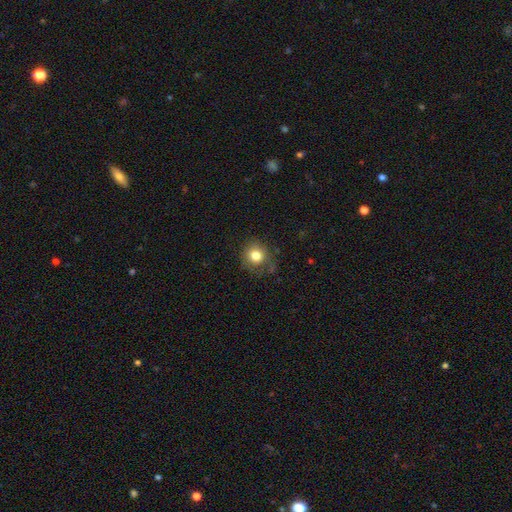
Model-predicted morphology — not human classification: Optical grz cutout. It shows a smooth galaxy with no disk features (79%) that is round (85%). Merging: none (69%).